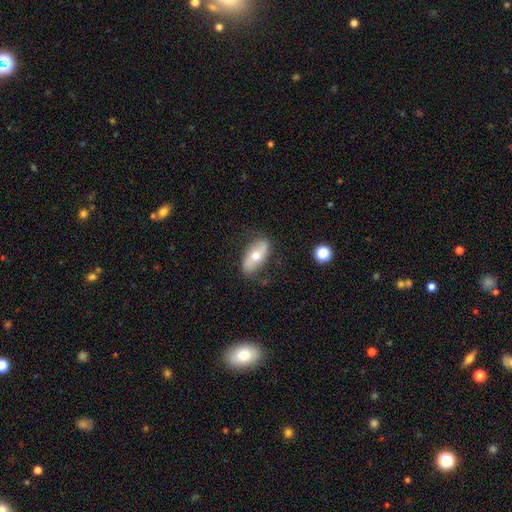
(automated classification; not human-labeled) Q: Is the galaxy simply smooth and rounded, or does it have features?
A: featured or disk — 51%.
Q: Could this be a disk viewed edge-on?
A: no — 84%.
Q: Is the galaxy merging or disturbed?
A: none — 77%.